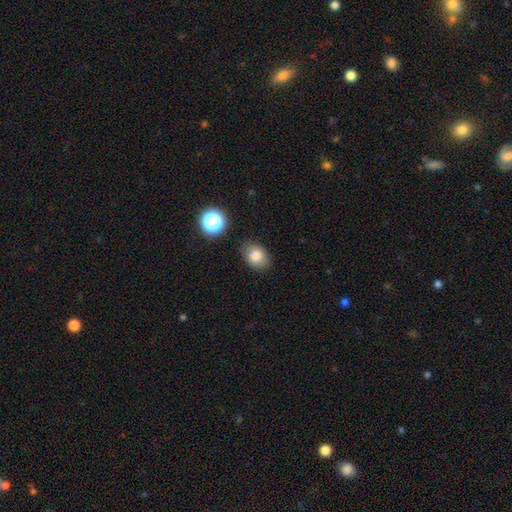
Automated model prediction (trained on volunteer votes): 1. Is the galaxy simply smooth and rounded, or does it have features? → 80% smooth, 12% star or artifact, 8% featured or disk.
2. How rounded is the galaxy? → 61% in between, 38% round, 1% cigar-shaped.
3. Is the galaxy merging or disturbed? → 82% none, 13% minor disturbance, 3% major disturbance, 2% merger.